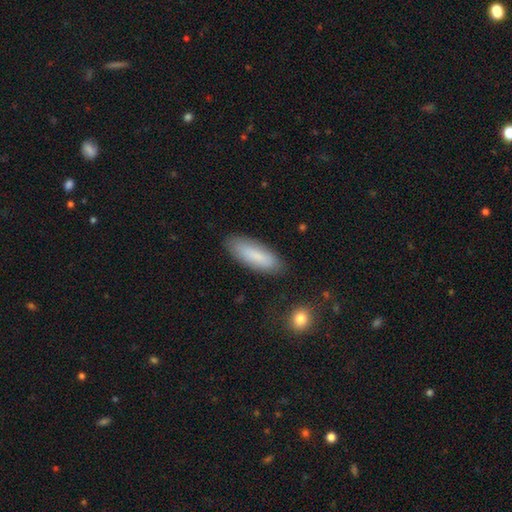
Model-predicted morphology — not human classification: smooth 83%, featured or disk 11%, star or artifact 6%. Down the decision tree: how rounded — in between (56%); merging — none (84%).